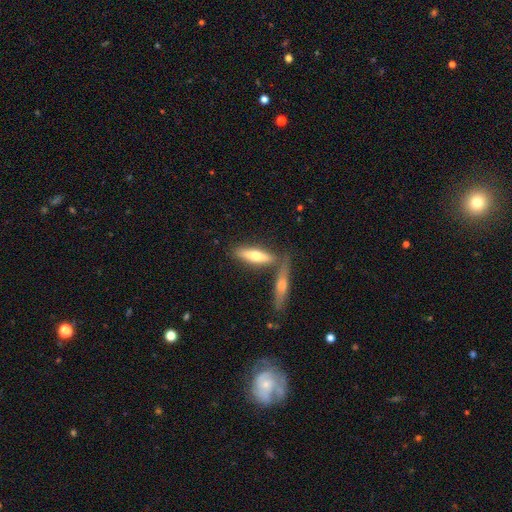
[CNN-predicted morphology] The model was most divided on "smooth or featured": smooth: 56%, featured or disk: 38%, star or artifact: 6%. More confident: how rounded — cigar-shaped (71%); merging — none (62%).